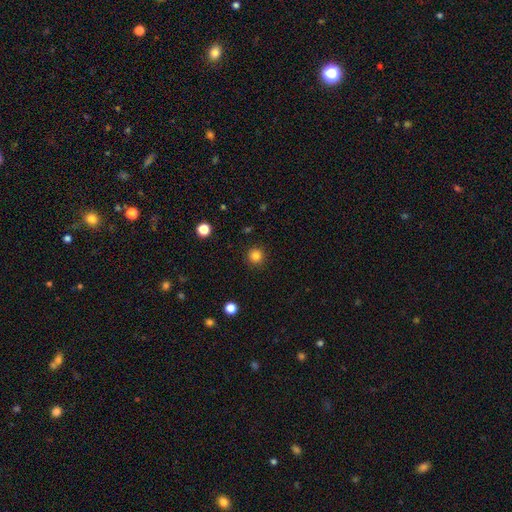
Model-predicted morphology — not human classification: The model was most divided on "smooth or featured": smooth: 84%, star or artifact: 12%, featured or disk: 4%. More confident: how rounded — round (95%); merging — none (92%).